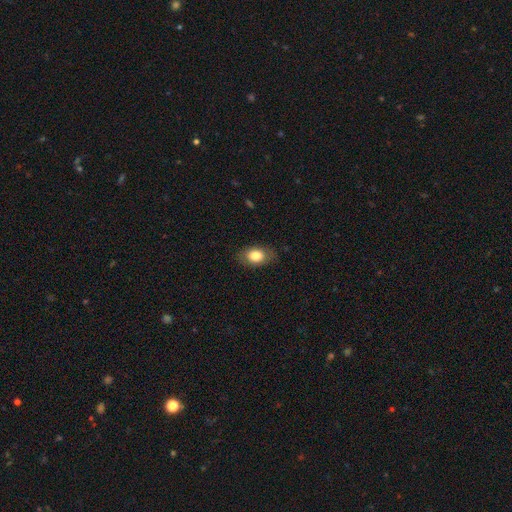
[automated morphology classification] This appears to be a smooth galaxy with no disk features (80%) that is in between round and cigar-shaped (82%). Merging: none (81%).